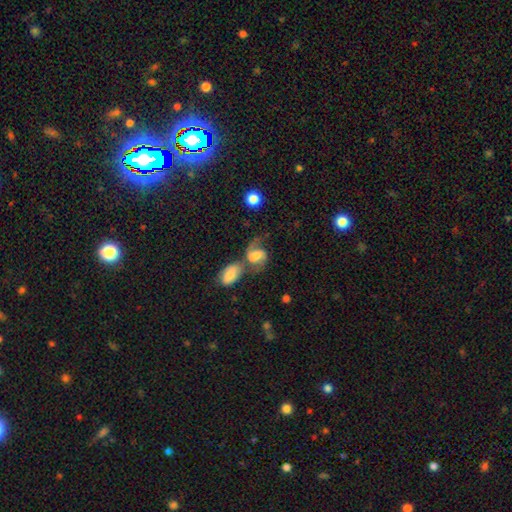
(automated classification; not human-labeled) smooth_or_featured: featured or disk (p=0.64) [alt: smooth p=0.27]
disk_edge_on: no (p=0.97) [alt: yes p=0.03]
bar: weak (p=0.45) [alt: no p=0.30]
has_spiral_arms: yes (p=0.91) [alt: no p=0.09]
spiral_winding: loose (p=0.46) [alt: medium p=0.43]
spiral_arm_count: 2 (p=0.86) [alt: 1 p=0.07]
bulge_size: moderate (p=0.43) [alt: small p=0.27]
merging: merger (p=0.44) [alt: none p=0.32]